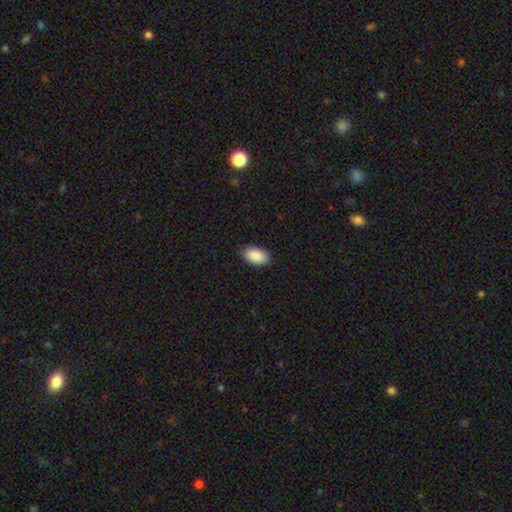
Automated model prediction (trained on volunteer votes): Morphology: type=smooth (91%); roundness=in between (95%); merging=none (89%).